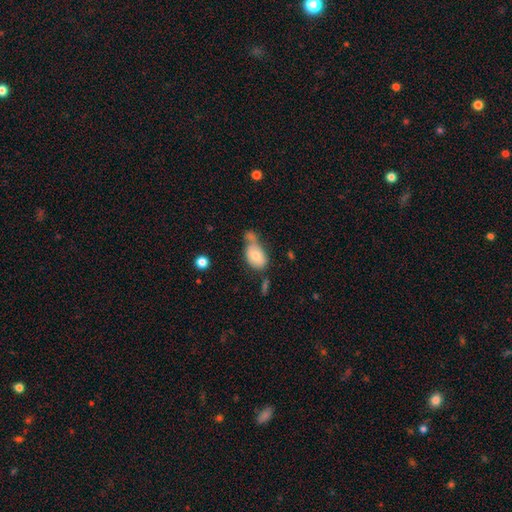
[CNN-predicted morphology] The model was most divided on "merging": merger: 37%, none: 32%, minor disturbance: 20%, major disturbance: 11%. More confident: how rounded — in between (85%); smooth or featured — smooth (75%).